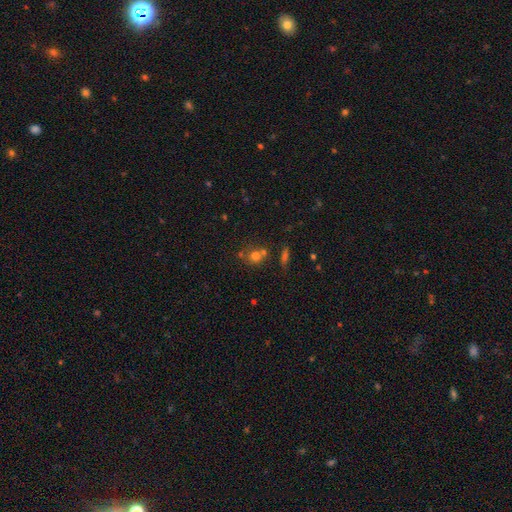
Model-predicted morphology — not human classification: Smooth or featured?
  - smooth: 69% *
  - star or artifact: 18%
  - featured or disk: 13%
How rounded?
  - round: 81% *
  - in between: 18%
  - cigar-shaped: 2%
Merging?
  - none: 52% *
  - merger: 33%
  - minor disturbance: 11%
  - major disturbance: 5%